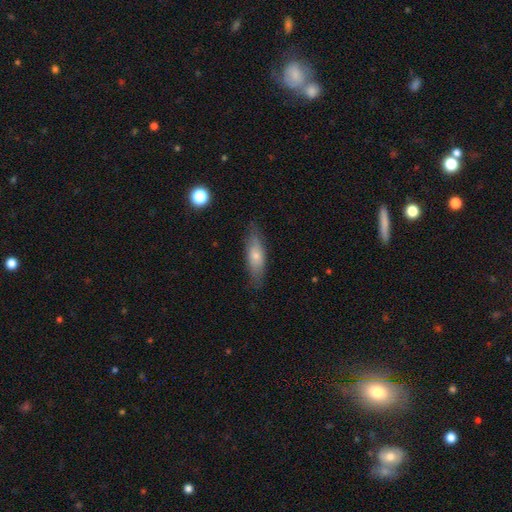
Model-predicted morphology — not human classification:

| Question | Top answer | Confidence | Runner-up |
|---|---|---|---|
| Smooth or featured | smooth | 62% | featured or disk (31%) |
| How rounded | in between | 51% | cigar-shaped (46%) |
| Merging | none | 78% | minor disturbance (17%) |